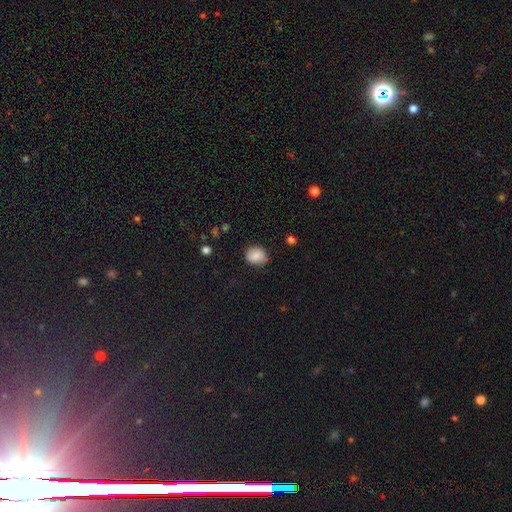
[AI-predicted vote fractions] Smooth or featured? Predicted: smooth (p=0.82). How rounded? Predicted: round (p=0.66). Merging? Predicted: none (p=0.80).